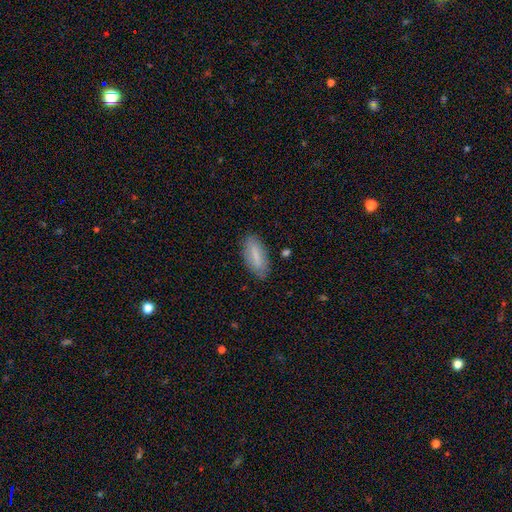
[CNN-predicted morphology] Smooth or featured: smooth — 76% (featured or disk — 18%)
How rounded: in between — 74% (cigar-shaped — 24%)
Merging: none — 82% (minor disturbance — 14%)